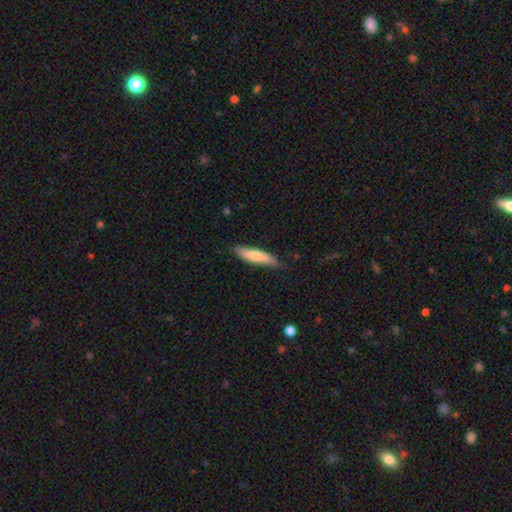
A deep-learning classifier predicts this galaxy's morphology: Smooth or featured?
  - smooth: 69% *
  - featured or disk: 26%
  - star or artifact: 5%
How rounded?
  - cigar-shaped: 76% *
  - in between: 22%
  - round: 2%
Merging?
  - none: 79% *
  - minor disturbance: 17%
  - major disturbance: 3%
  - merger: 1%